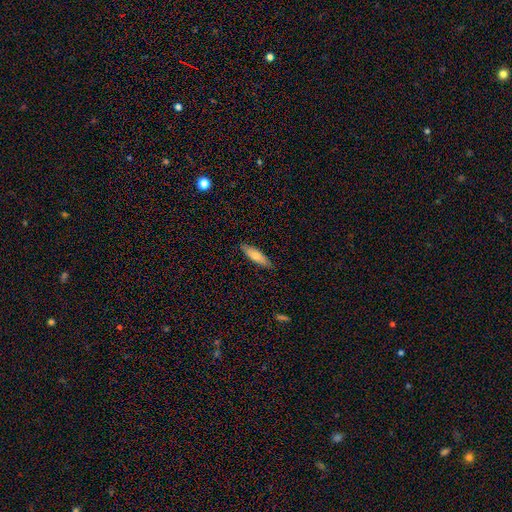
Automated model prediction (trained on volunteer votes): smooth 74%, featured or disk 20%, star or artifact 6%. Down the decision tree: how rounded — cigar-shaped (56%); merging — none (87%).